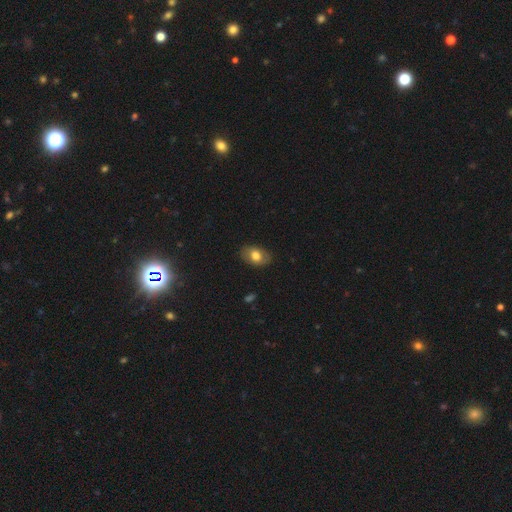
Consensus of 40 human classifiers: This is likely a smooth galaxy (70%). How rounded: clearly in between (82%). Merging: clearly none (81%).